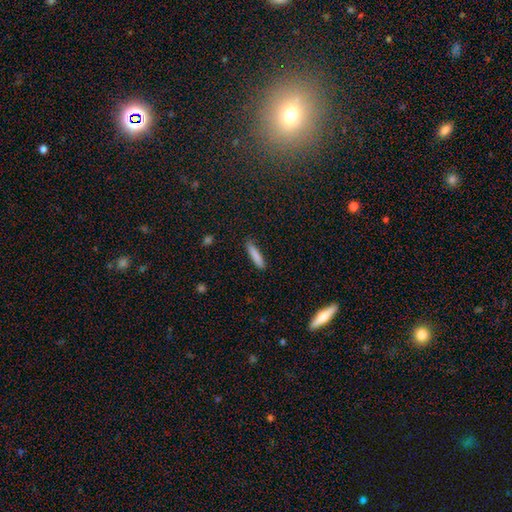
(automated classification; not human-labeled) Smooth or featured? smooth (85%)
How rounded? cigar-shaped (87%)
Merging? none (87%)